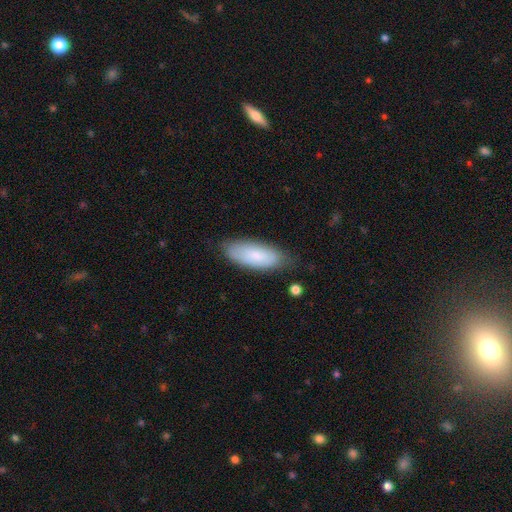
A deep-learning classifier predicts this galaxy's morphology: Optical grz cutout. It shows a smooth galaxy with no disk features (80%) that is in between round and cigar-shaped (80%). Merging: none (74%).